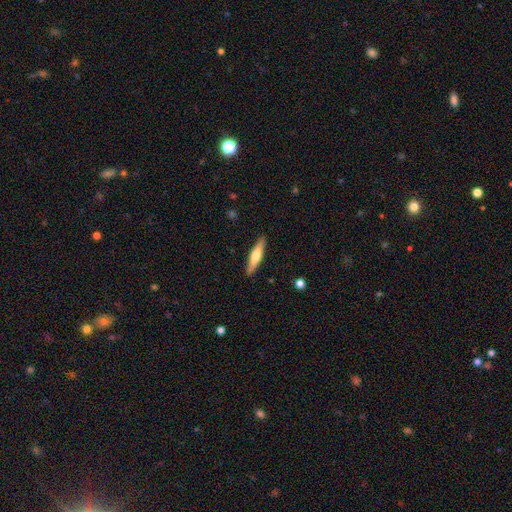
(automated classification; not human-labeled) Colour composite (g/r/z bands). It shows a smooth galaxy with no disk features (51%) that is cigar-shaped (81%). Merging: none (90%).